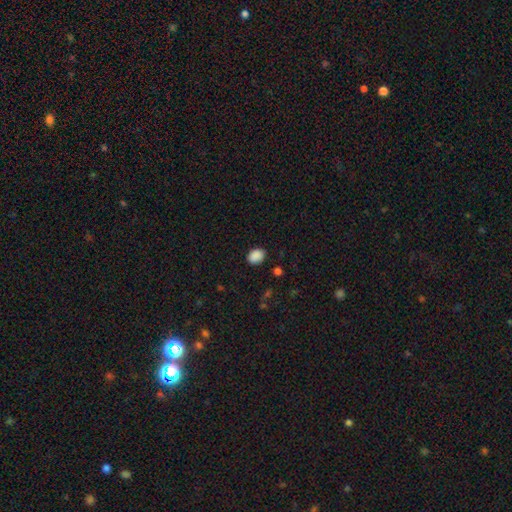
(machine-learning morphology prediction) Smooth or featured?
  - smooth: 89% *
  - star or artifact: 9%
  - featured or disk: 3%
How rounded?
  - in between: 68% *
  - round: 31%
  - cigar-shaped: 1%
Merging?
  - none: 87% *
  - minor disturbance: 9%
  - major disturbance: 2%
  - merger: 1%